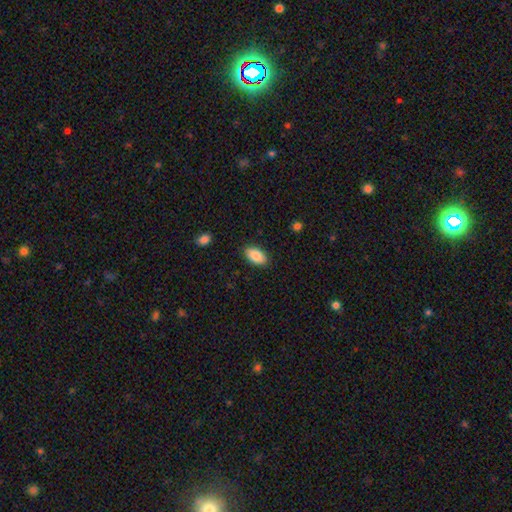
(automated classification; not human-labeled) A smooth galaxy with no disk features (86%) that is in between round and cigar-shaped (94%).

Vote fractions:
- Smooth or featured? smooth: 86% / featured or disk: 8% / star or artifact: 7%
- How rounded? in between: 94% / round: 4% / cigar-shaped: 2%
- Merging? none: 87% / minor disturbance: 9% / major disturbance: 2% / merger: 1%